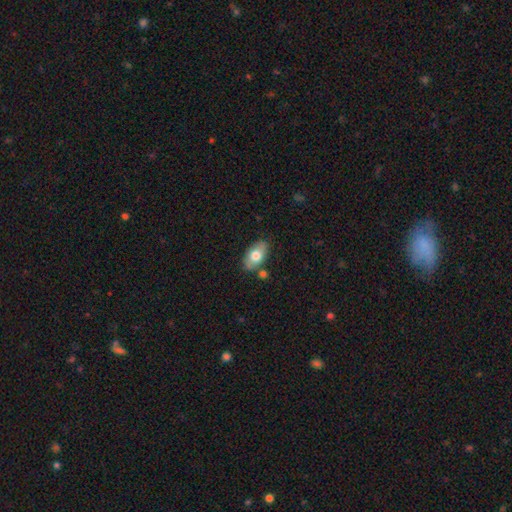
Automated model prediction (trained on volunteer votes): A smooth galaxy with no disk features (71%) that is in between round and cigar-shaped (92%). Merging: none (76%).